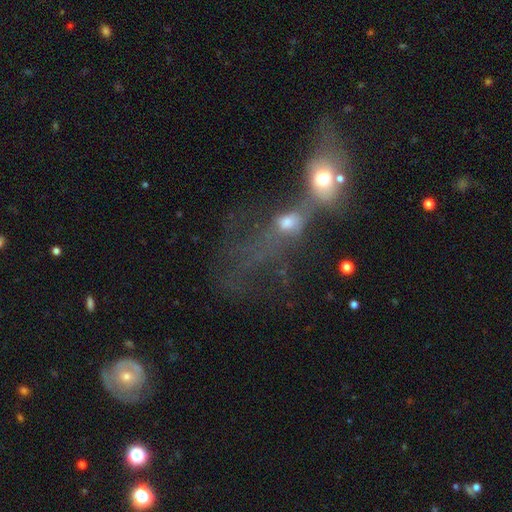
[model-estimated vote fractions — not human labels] Smooth or featured? featured or disk (38%)
Merging? merger (63%)